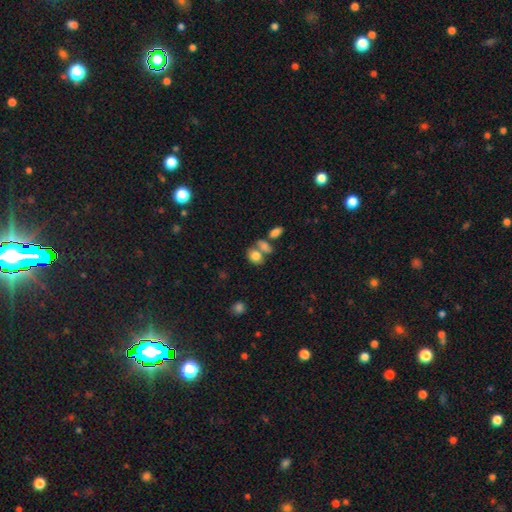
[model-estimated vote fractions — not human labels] Overall: smooth (79%). How rounded: in between (65%; round 34%). Merging: none (42%; merger 39%).